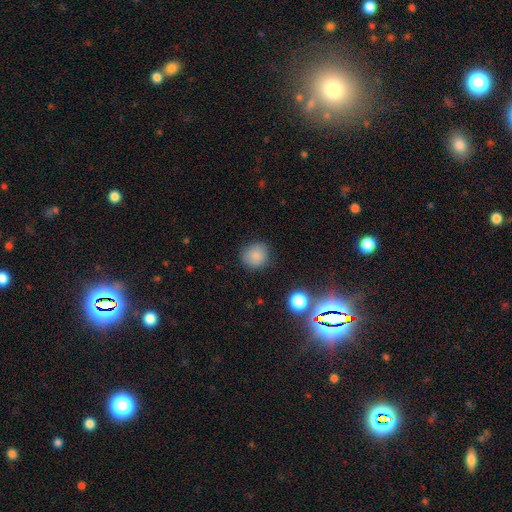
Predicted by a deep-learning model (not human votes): smooth 84%, star or artifact 11%, featured or disk 5%. Down the decision tree: how rounded — round (86%); merging — none (85%).